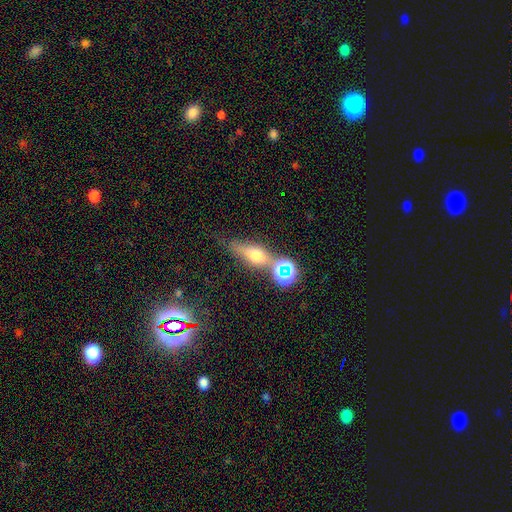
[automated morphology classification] Q: Smooth or featured?
A: smooth (42%); runner-up: featured or disk (38%)
Q: Merging?
A: none (60%); runner-up: minor disturbance (17%)